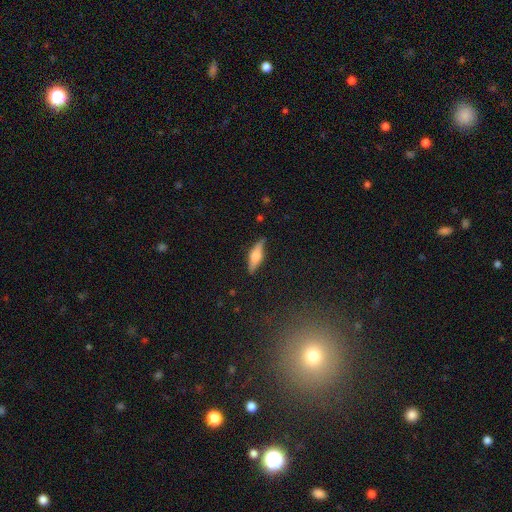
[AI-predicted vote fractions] Morphology: type=featured or disk (52%); edge-on=yes (93%); merging=none (83%).